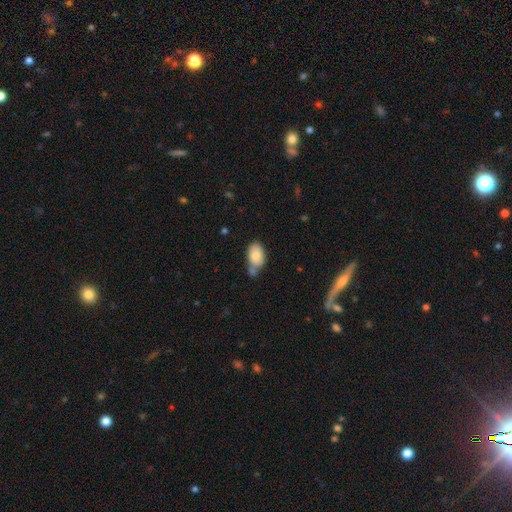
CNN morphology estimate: Smooth or featured? smooth (81%)
How rounded? in between (89%)
Merging? none (48%)